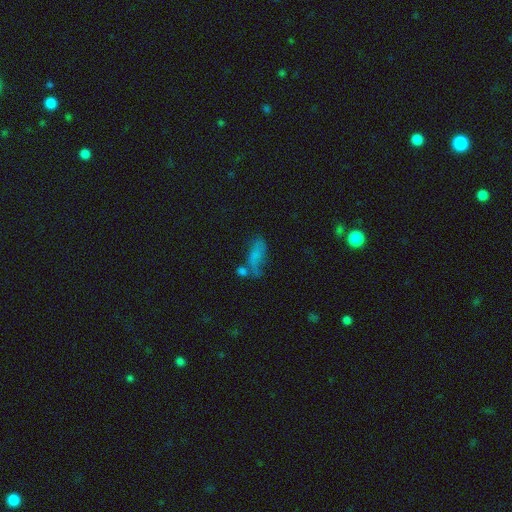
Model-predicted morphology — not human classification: This is likely a smooth galaxy (60%). How rounded: likely in between (77%). Merging: marginally none (35%).